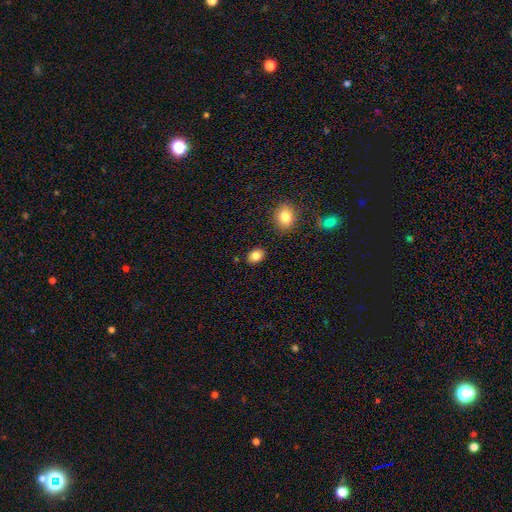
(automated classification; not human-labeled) Q: Smooth or featured?
A: smooth (84%); runner-up: star or artifact (10%)
Q: How rounded?
A: in between (64%); runner-up: round (35%)
Q: Merging?
A: none (86%); runner-up: minor disturbance (8%)